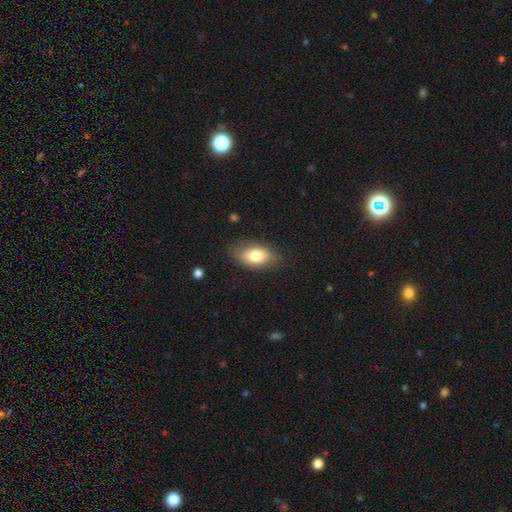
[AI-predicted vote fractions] A smooth galaxy with no disk features (77%) that is in between round and cigar-shaped (90%). Merging: none (76%).